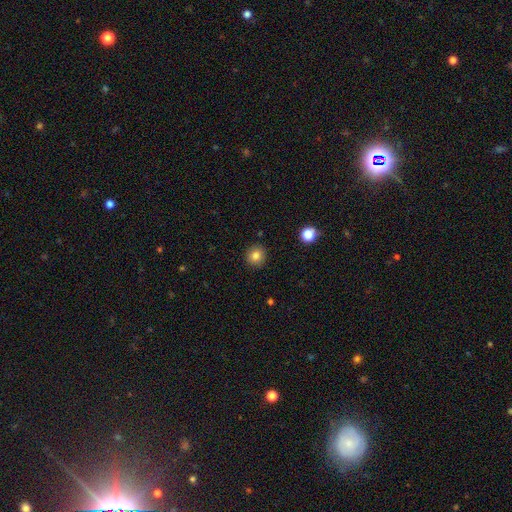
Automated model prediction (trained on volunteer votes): A smooth galaxy with no disk features (83%) that is round (90%).

Vote fractions:
- Smooth or featured? smooth: 83% / star or artifact: 11% / featured or disk: 6%
- How rounded? round: 90% / in between: 9% / cigar-shaped: 1%
- Merging? none: 90% / minor disturbance: 7% / major disturbance: 2% / merger: 1%